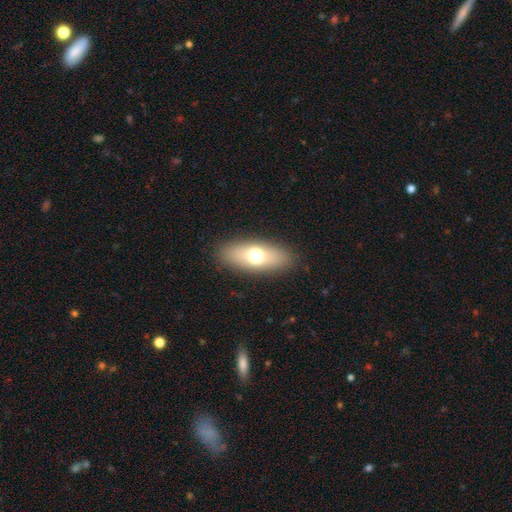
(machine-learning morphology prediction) Smooth or featured: smooth — 65% (featured or disk — 25%)
How rounded: in between — 76% (cigar-shaped — 18%)
Merging: none — 87% (minor disturbance — 8%)